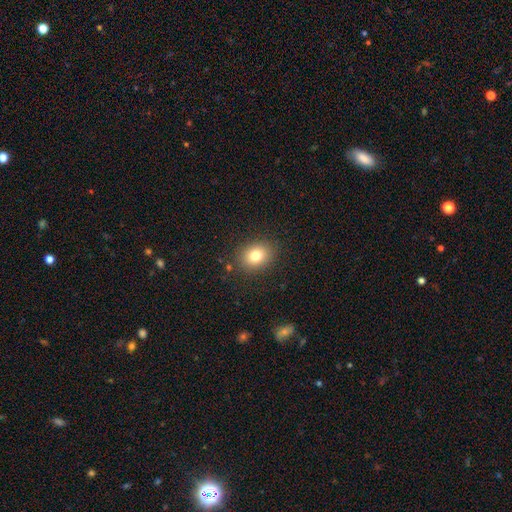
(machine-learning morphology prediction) Smooth or featured: smooth — 78% (star or artifact — 12%)
How rounded: round — 52% (in between — 47%)
Merging: none — 87% (minor disturbance — 9%)